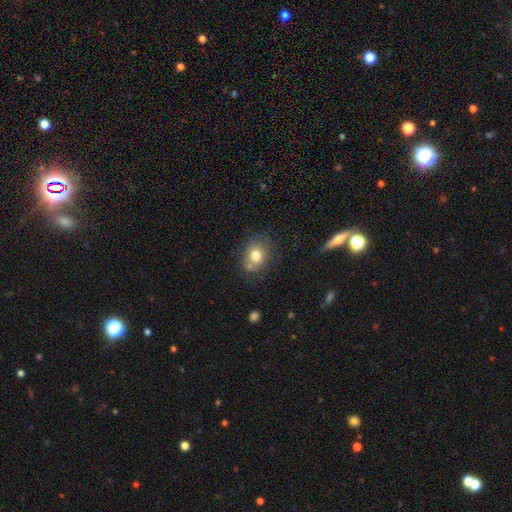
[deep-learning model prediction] Q: Smooth or featured?
A: smooth (76%); runner-up: featured or disk (14%)
Q: How rounded?
A: in between (51%); runner-up: round (48%)
Q: Merging?
A: none (63%); runner-up: minor disturbance (20%)